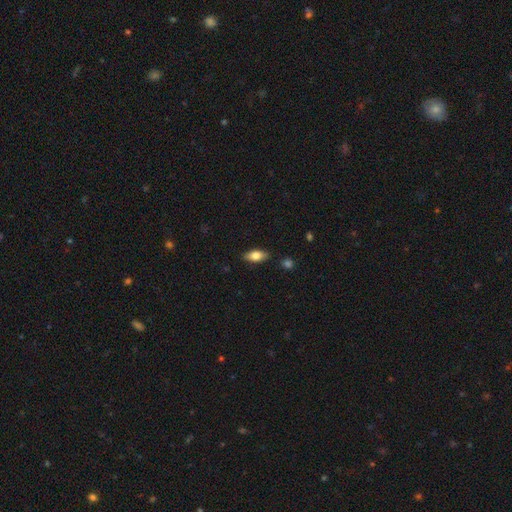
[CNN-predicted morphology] The model was most divided on "smooth or featured": smooth: 77%, featured or disk: 16%, star or artifact: 7%. More confident: merging — none (85%); how rounded — in between (85%).